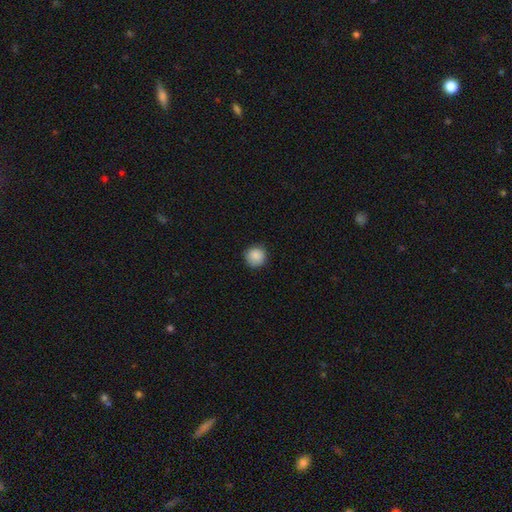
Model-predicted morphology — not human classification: smooth_or_featured: smooth (p=0.88) [alt: star or artifact p=0.08]
how_rounded: round (p=0.94) [alt: in between p=0.05]
merging: none (p=0.87) [alt: minor disturbance p=0.10]